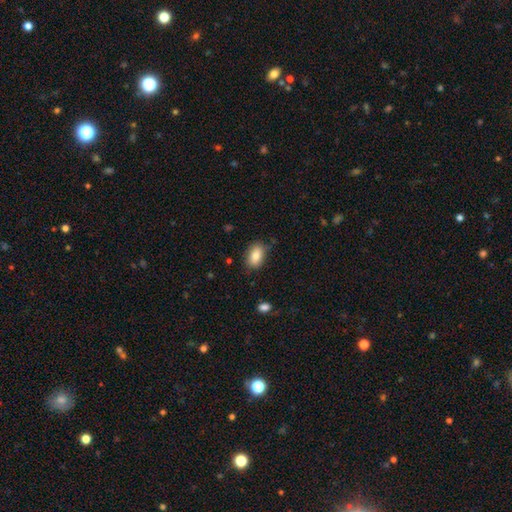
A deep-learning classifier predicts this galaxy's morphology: smooth 83%, featured or disk 9%, star or artifact 8%. Down the decision tree: how rounded — in between (89%); merging — none (80%).